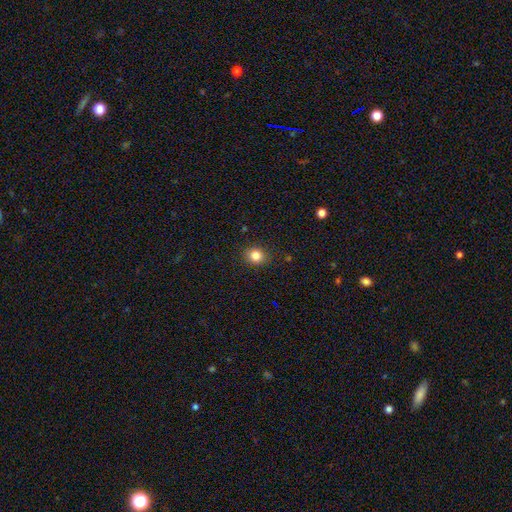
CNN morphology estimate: This appears to be a smooth galaxy with no disk features (83%) that is round (69%). Merging: none (89%).